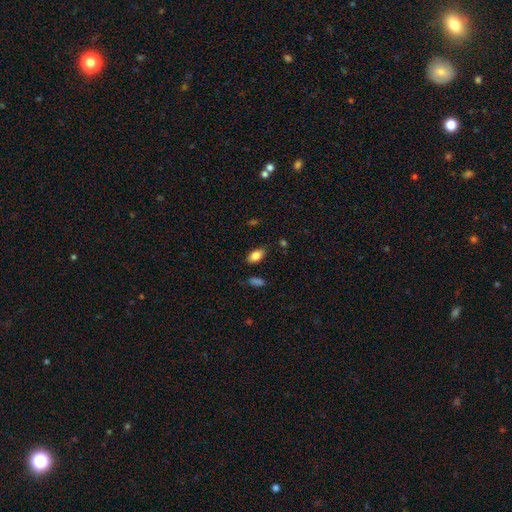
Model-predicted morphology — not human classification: Smooth or featured? Predicted: smooth (p=0.83). How rounded? Predicted: in between (p=0.91). Merging? Predicted: none (p=0.83).